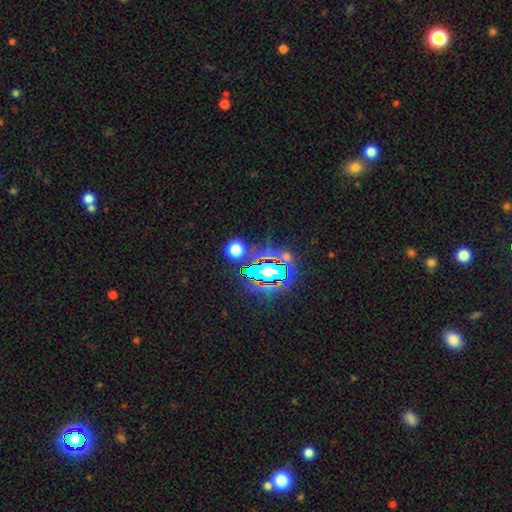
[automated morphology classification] star or artifact 81%, smooth 12%, featured or disk 8%.